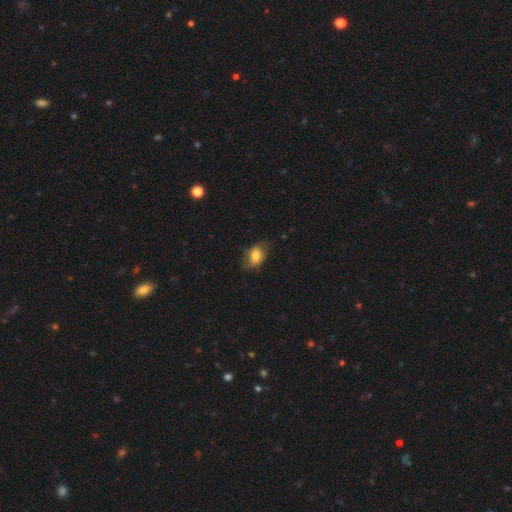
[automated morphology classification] smooth 77%, featured or disk 15%, star or artifact 7%. Down the decision tree: how rounded — in between (82%); merging — none (65%).